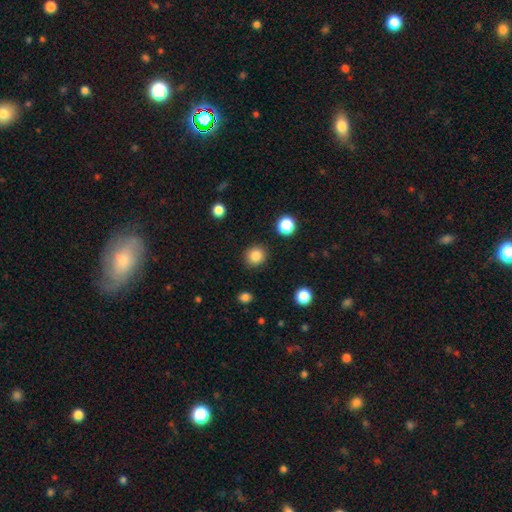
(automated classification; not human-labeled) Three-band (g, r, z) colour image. It shows a smooth galaxy with no disk features (85%) that is round (88%). Merging: none (90%).